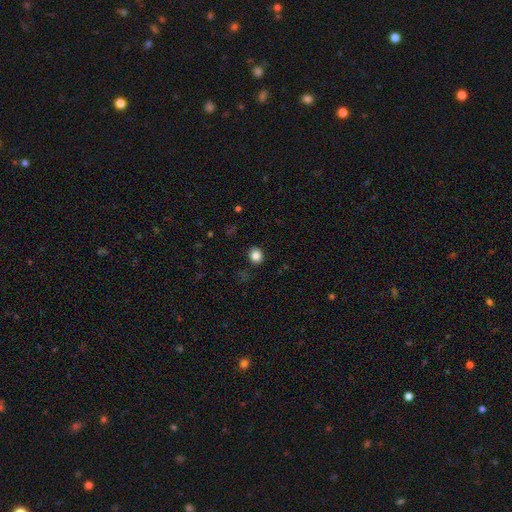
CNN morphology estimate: Q: Smooth or featured?
A: smooth (83%); runner-up: star or artifact (11%)
Q: How rounded?
A: round (80%); runner-up: in between (19%)
Q: Merging?
A: none (90%); runner-up: minor disturbance (7%)